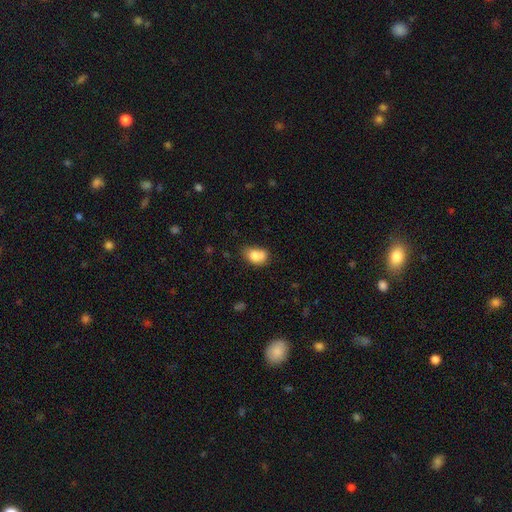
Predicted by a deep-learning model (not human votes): This is likely a smooth galaxy (80%). How rounded: likely in between (72%). Merging: possibly none (45%).